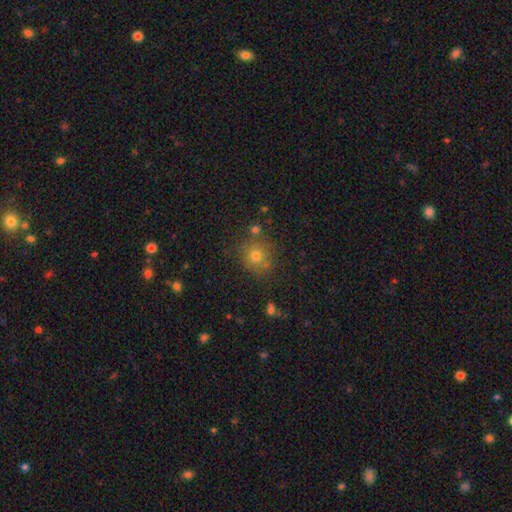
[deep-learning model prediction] Overall: smooth (68%). How rounded: round (88%). Merging: none (80%).